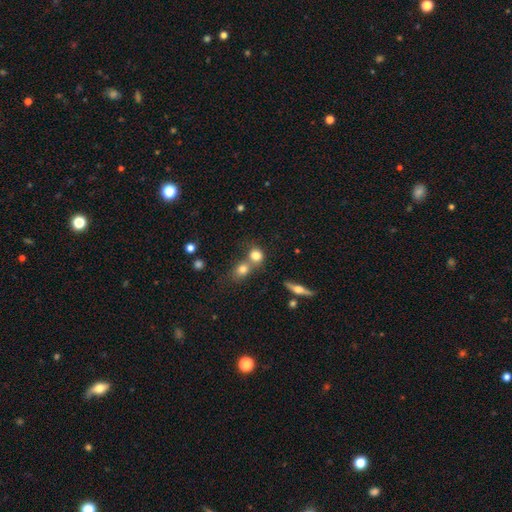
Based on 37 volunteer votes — Smooth or featured: smooth — 86% (featured or disk — 11%)
How rounded: round — 84% (in between — 12%)
Merging: merger — 50% (none — 42%)